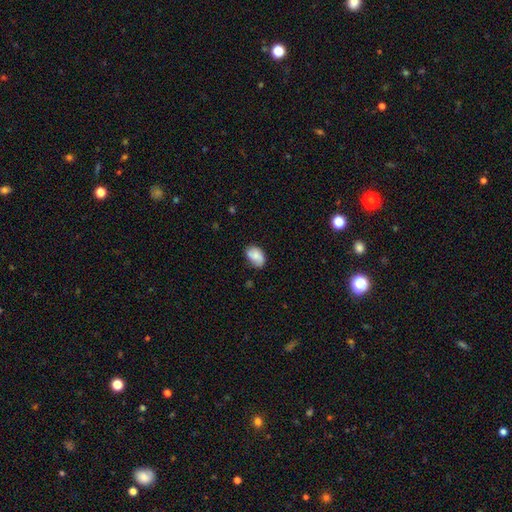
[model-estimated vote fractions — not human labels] Smooth or featured?
  - smooth: 70% *
  - featured or disk: 22%
  - star or artifact: 8%
How rounded?
  - in between: 85% *
  - round: 14%
  - cigar-shaped: 1%
Merging?
  - none: 60% *
  - minor disturbance: 30%
  - major disturbance: 7%
  - merger: 3%